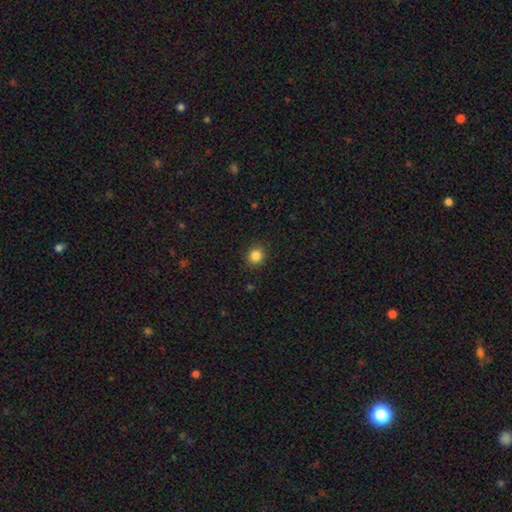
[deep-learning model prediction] This appears to be a smooth galaxy with no disk features (85%) that is round (86%). Merging: none (89%).